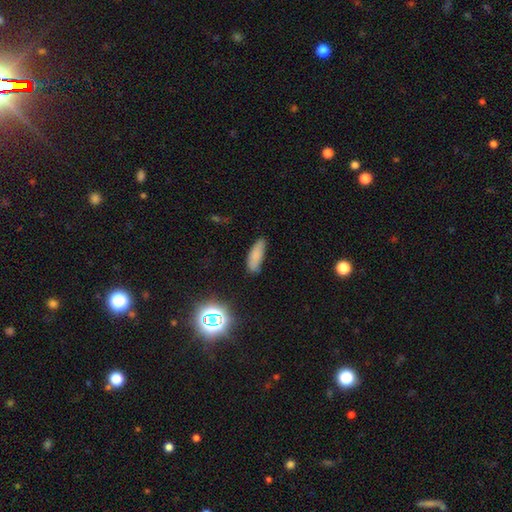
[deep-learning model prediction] Smooth or featured?
  - smooth: 79% *
  - star or artifact: 12%
  - featured or disk: 9%
How rounded?
  - in between: 58% *
  - cigar-shaped: 40%
  - round: 2%
Merging?
  - none: 72% *
  - minor disturbance: 21%
  - major disturbance: 4%
  - merger: 2%